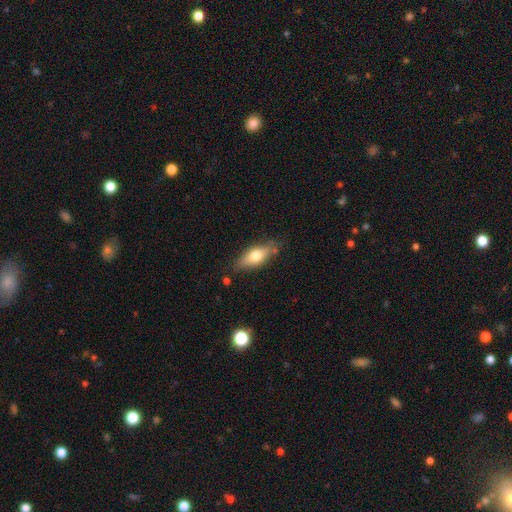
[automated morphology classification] Smooth or featured? Predicted: smooth (p=0.66). How rounded? Predicted: in between (p=0.73). Merging? Predicted: none (p=0.74).